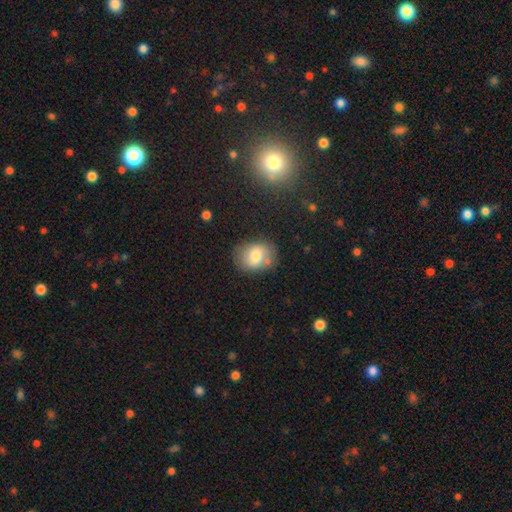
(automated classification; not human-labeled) This is likely a smooth galaxy (69%). How rounded: possibly in between (55%). Merging: likely none (69%).